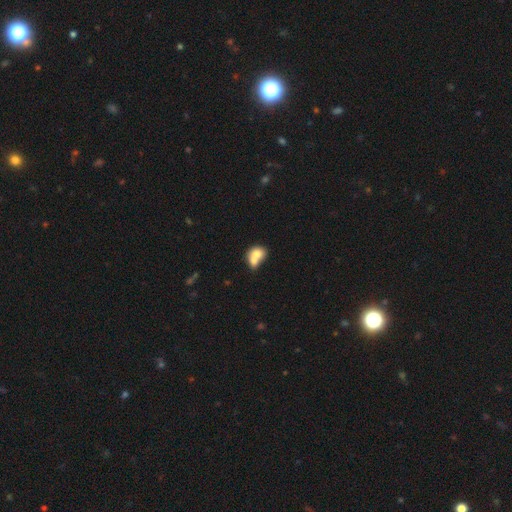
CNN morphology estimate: This is likely a smooth galaxy (70%). How rounded: possibly in between (53%). Merging: likely merger (68%).